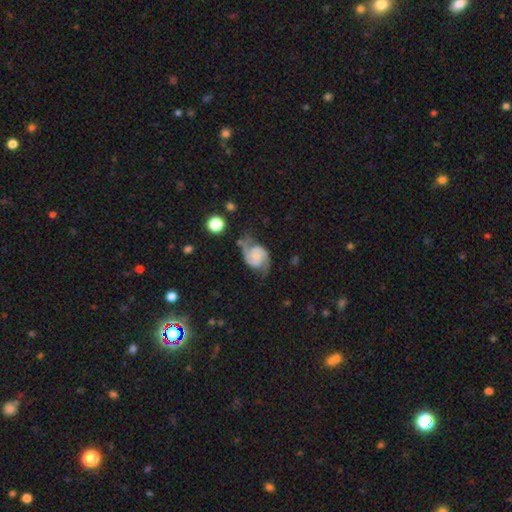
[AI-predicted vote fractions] Overall: featured or disk (85%). Edge-on disk: no (98%). Bar: no (59%; weak 34%). Spiral arms: yes (97%). Spiral arm count: 2 (92%). Spiral winding: medium (52%; tight 27%). Bulge size: small (53%; moderate 23%). Merging: none (63%).